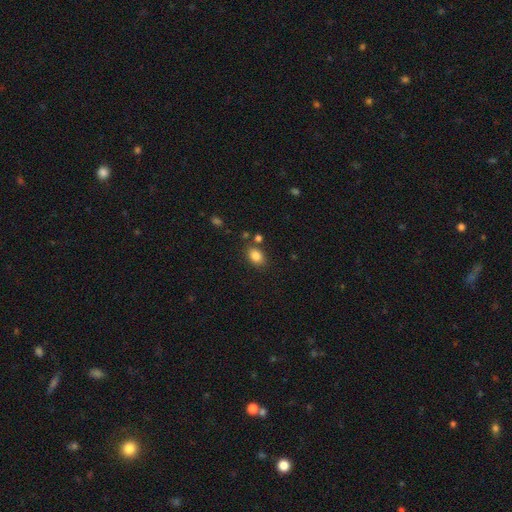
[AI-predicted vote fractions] A smooth galaxy with no disk features (84%) that is in between round and cigar-shaped (71%). Merging: none (77%).